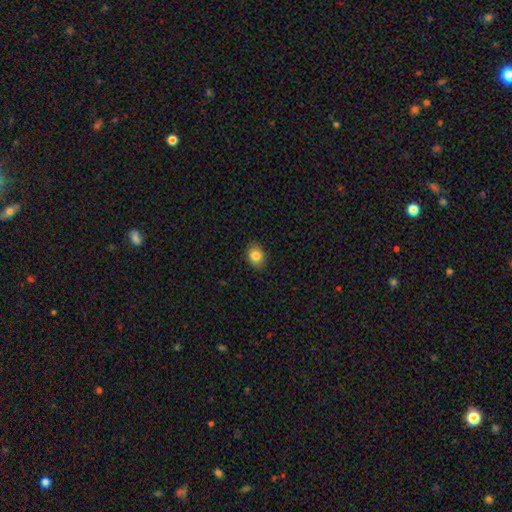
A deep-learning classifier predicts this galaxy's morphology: The model was most divided on "how rounded": round: 57%, in between: 42%, cigar-shaped: 1%. More confident: merging — none (87%); smooth or featured — smooth (83%).